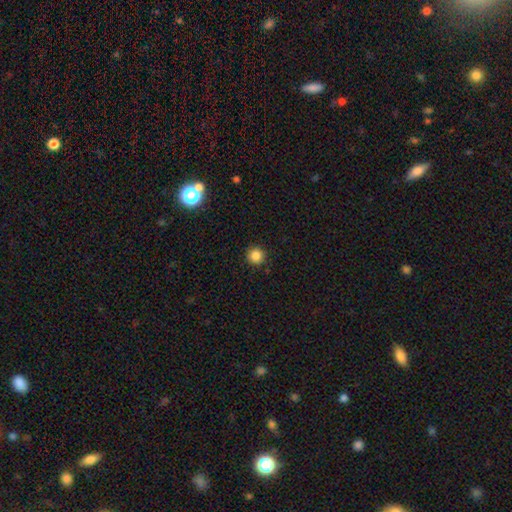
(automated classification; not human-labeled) Morphology: type=smooth (85%); roundness=round (95%); merging=none (91%).